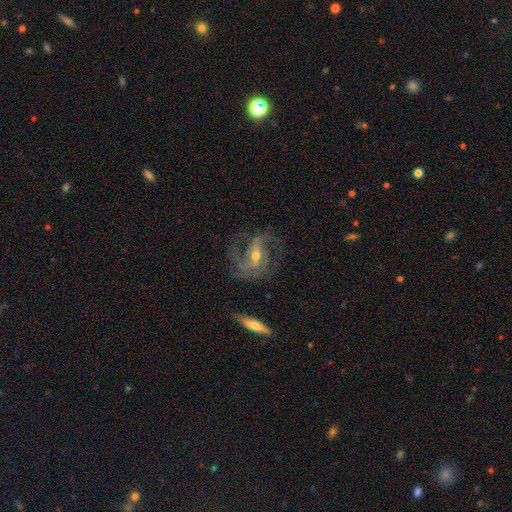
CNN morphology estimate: This appears to be a featured or disk galaxy (89%) with a strong bar (41%, tied with weak), 2 (48%) medium (50%) spiral arms (97%) and a moderate central bulge (55%). Merging: none (65%).